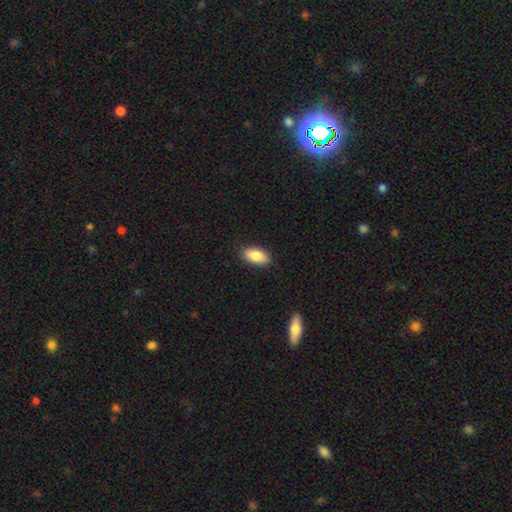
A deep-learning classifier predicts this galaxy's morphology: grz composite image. It shows a smooth galaxy with no disk features (86%) that is in between round and cigar-shaped (91%). Merging: none (88%).